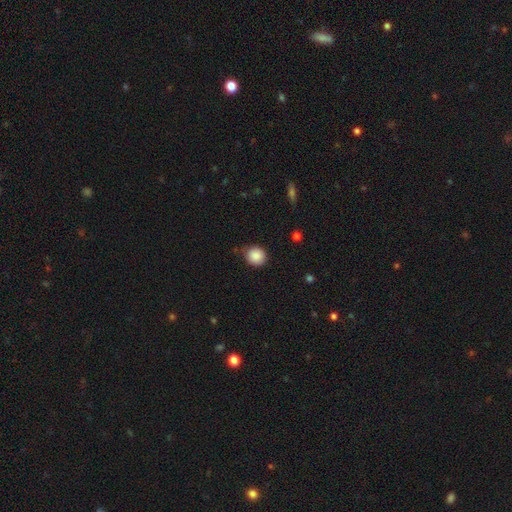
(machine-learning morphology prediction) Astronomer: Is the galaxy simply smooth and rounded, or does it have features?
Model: smooth — 88%.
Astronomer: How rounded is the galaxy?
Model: round — 88%.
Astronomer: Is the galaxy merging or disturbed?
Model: none — 82%.